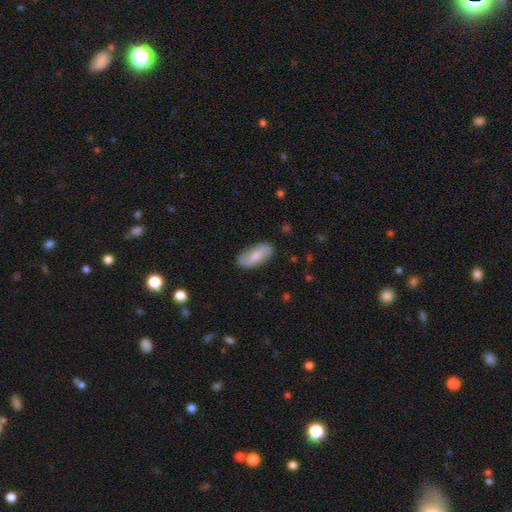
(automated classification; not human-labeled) smooth 55%, featured or disk 39%, star or artifact 6%. Down the decision tree: how rounded — in between (84%); merging — none (83%).